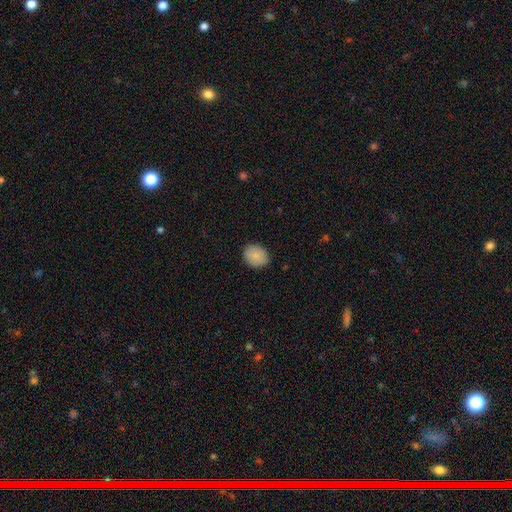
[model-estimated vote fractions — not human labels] Overall: smooth (86%). How rounded: round (60%; in between 39%). Merging: none (86%).